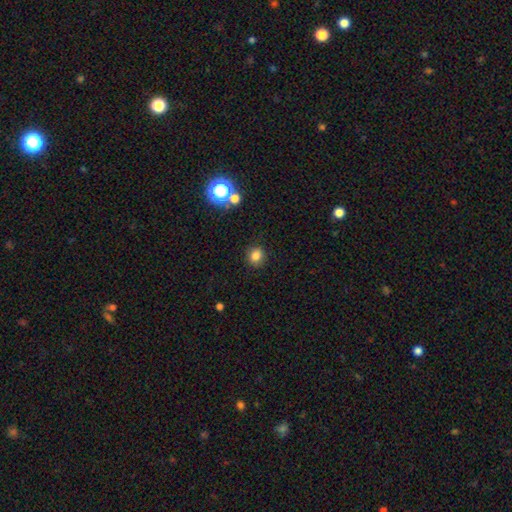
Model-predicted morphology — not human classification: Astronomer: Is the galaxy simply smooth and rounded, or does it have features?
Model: smooth — 82%.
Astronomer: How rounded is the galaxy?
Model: round — 74%.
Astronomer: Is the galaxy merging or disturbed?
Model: none — 88%.